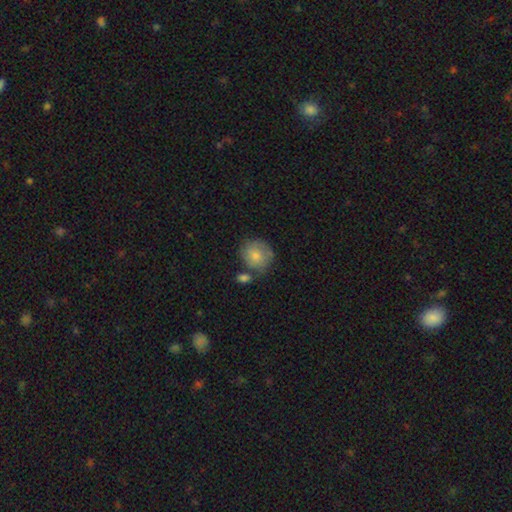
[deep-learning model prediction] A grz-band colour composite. It shows a smooth galaxy with no disk features (78%) that is round (83%). Merging: none (56%).